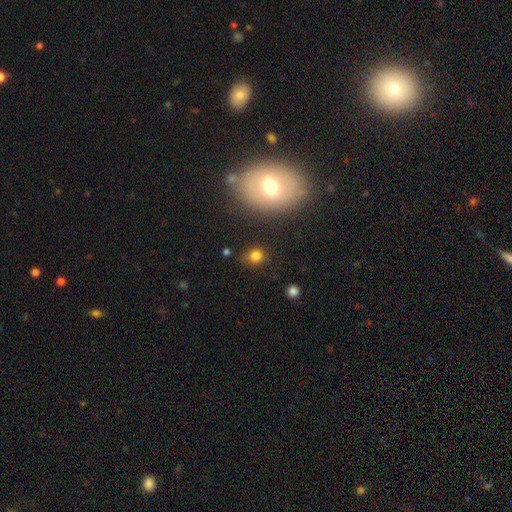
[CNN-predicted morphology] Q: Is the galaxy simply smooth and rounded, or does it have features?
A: smooth — 79%.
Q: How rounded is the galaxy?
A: round — 77%.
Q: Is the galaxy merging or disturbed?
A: none — 77%.